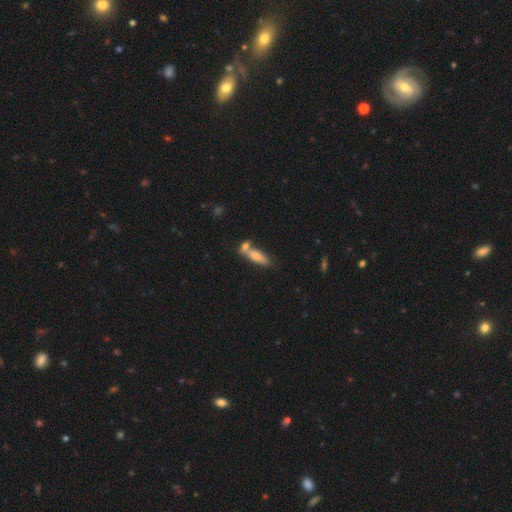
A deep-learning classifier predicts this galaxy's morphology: smooth 76%, featured or disk 17%, star or artifact 8%. Down the decision tree: how rounded — cigar-shaped (51%); merging — none (43%).